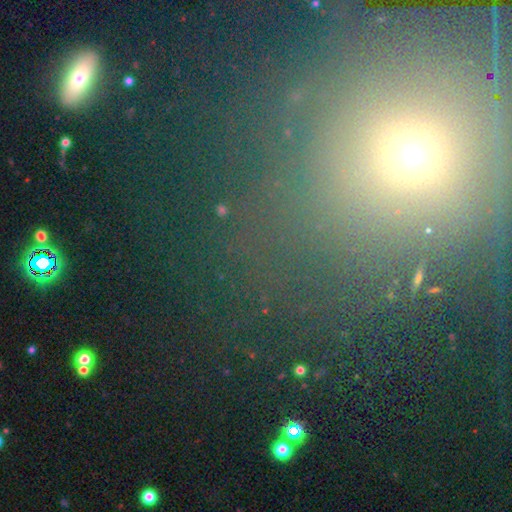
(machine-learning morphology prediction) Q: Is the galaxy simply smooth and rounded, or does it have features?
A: star or artifact — 58%.